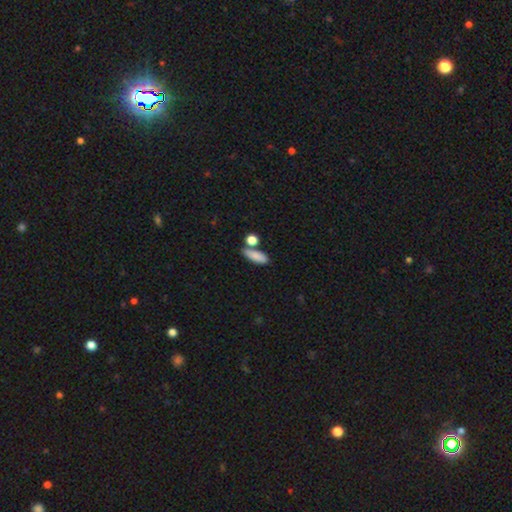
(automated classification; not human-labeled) This appears to be a smooth galaxy with no disk features (84%) that is in between round and cigar-shaped (64%). Merging: none (64%).